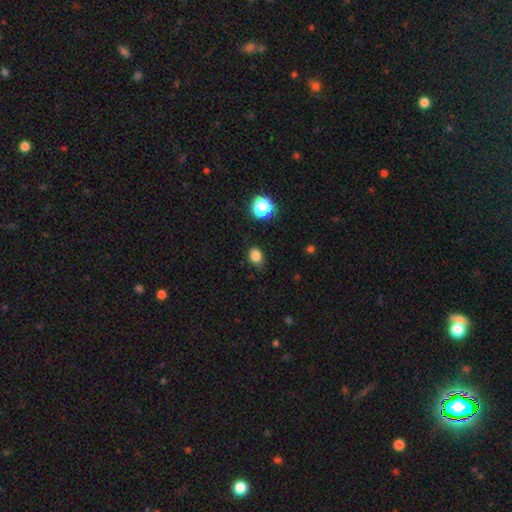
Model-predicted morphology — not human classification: This is clearly a smooth galaxy (83%). How rounded: possibly in between (54%). Merging: likely none (75%).